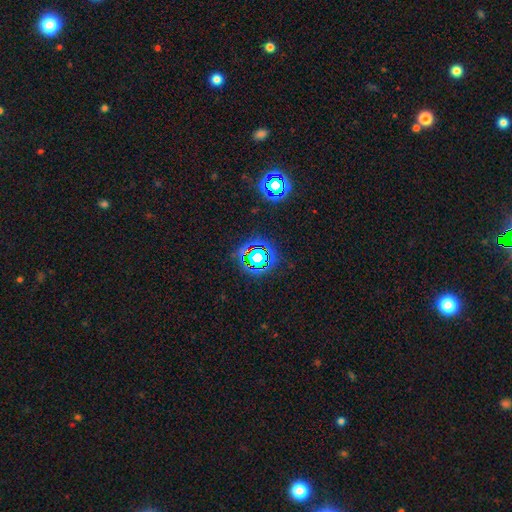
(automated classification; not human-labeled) star or artifact 69%, smooth 19%, featured or disk 12%.